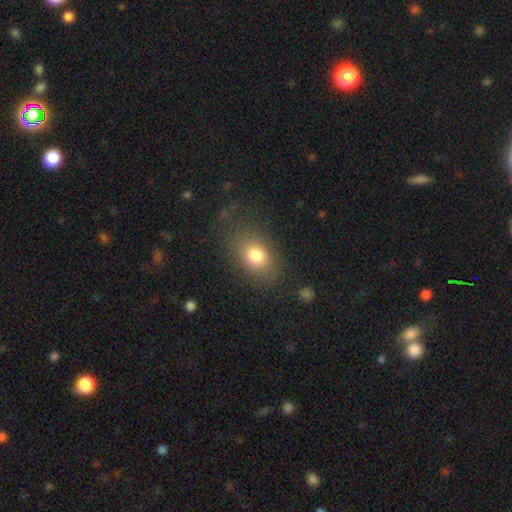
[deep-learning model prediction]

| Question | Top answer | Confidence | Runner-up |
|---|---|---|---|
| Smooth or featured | smooth | 79% | featured or disk (11%) |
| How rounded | in between | 71% | round (27%) |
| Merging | none | 69% | minor disturbance (16%) |